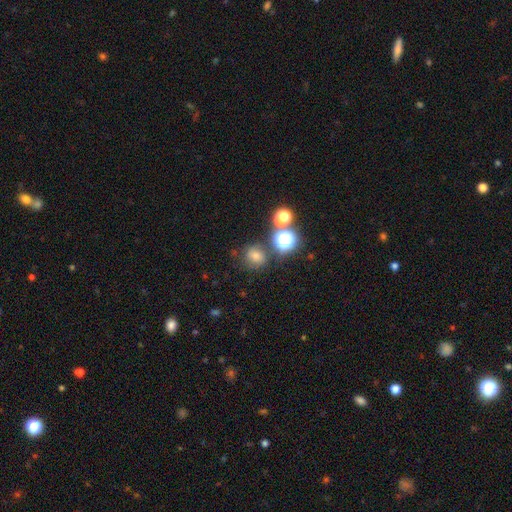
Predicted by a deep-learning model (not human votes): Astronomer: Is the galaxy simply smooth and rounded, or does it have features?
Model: smooth — 58%.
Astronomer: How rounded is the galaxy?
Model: round — 77%.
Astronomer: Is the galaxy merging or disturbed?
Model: none — 70%.